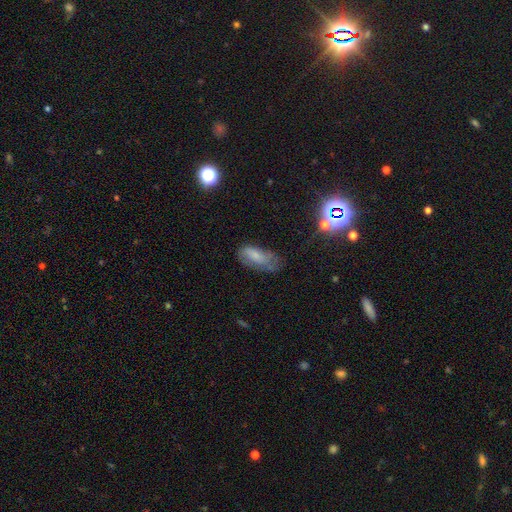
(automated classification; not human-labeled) Q: Smooth or featured?
A: smooth (64%); runner-up: featured or disk (25%)
Q: How rounded?
A: in between (86%); runner-up: cigar-shaped (11%)
Q: Merging?
A: none (41%); runner-up: minor disturbance (35%)